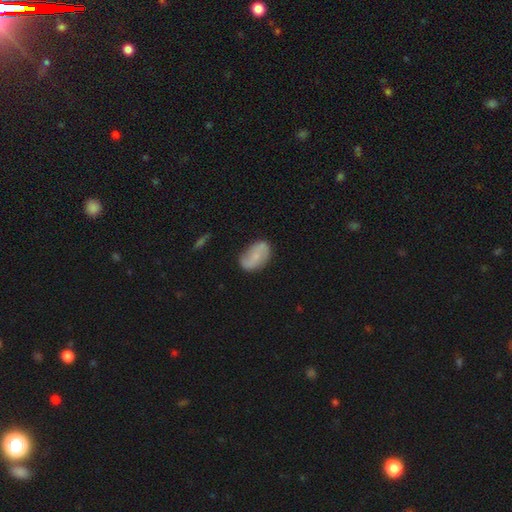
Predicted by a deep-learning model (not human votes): This appears to be a featured or disk galaxy (50%). Merging: none (77%).